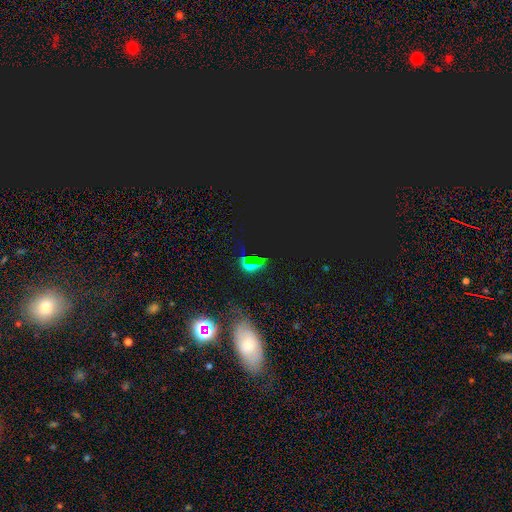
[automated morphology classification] Smooth or featured: star or artifact — 73% (smooth — 17%)